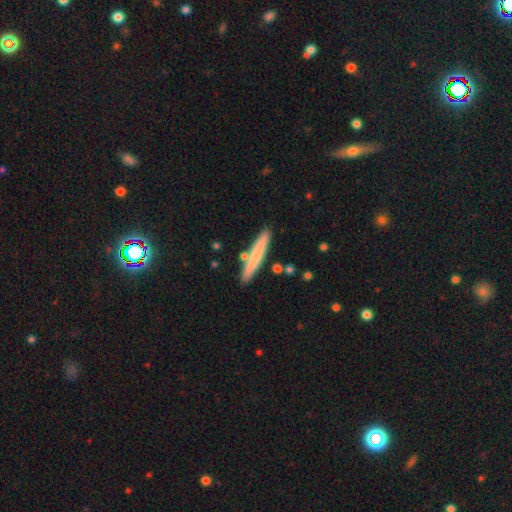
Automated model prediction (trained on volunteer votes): Morphology: type=smooth (70%); roundness=cigar-shaped (95%); merging=none (85%).